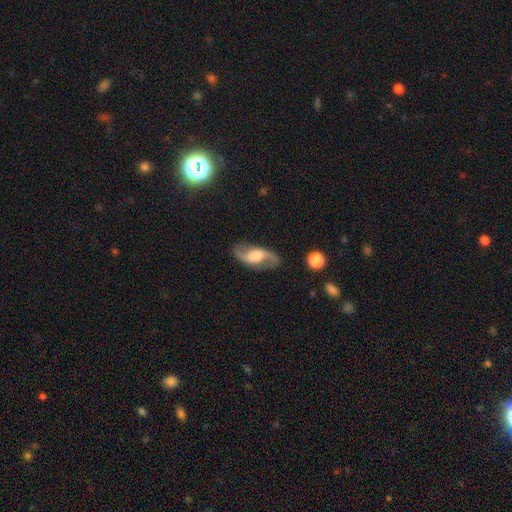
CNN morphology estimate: type=featured or disk (80%); edge-on=no (93%); bar=weak (43%); spiral arms=yes (95%); winding=loose (68%); arm count=2 (93%); bulge=moderate (37%); merging=none (81%).